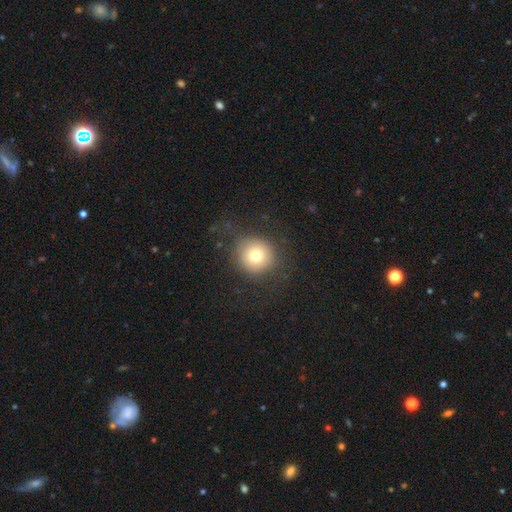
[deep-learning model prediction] Q: Smooth or featured?
A: smooth (73%); runner-up: featured or disk (14%)
Q: How rounded?
A: round (93%); runner-up: in between (6%)
Q: Merging?
A: none (81%); runner-up: minor disturbance (11%)